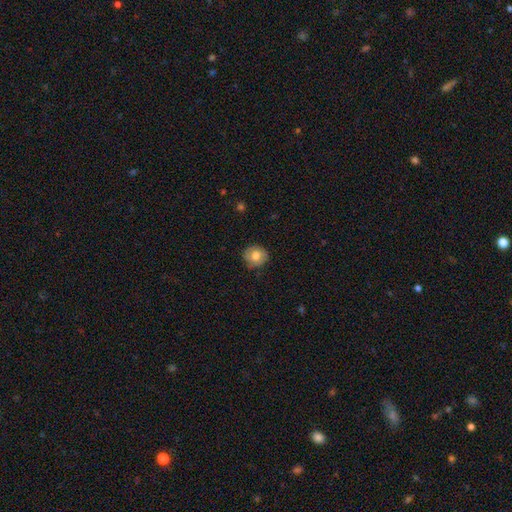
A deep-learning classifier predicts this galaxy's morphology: smooth 76%, featured or disk 16%, star or artifact 9%. Down the decision tree: how rounded — round (86%); merging — none (83%).